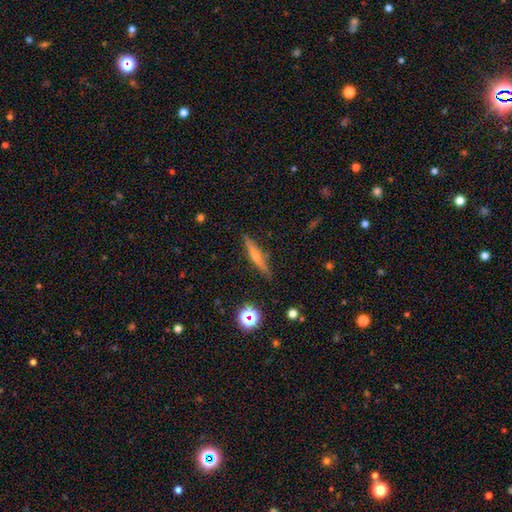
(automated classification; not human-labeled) Smooth or featured? featured or disk (61%)
Edge-on disk? yes (96%)
Edge-on bulge? rounded (78%)
Merging? none (88%)